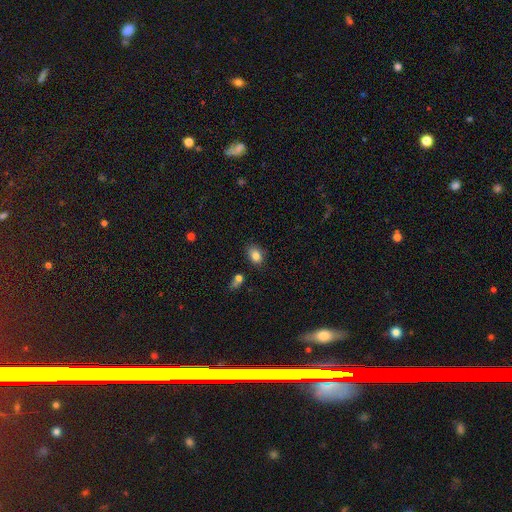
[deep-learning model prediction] Smooth or featured? Predicted: smooth (p=0.83). How rounded? Predicted: in between (p=0.74). Merging? Predicted: none (p=0.79).